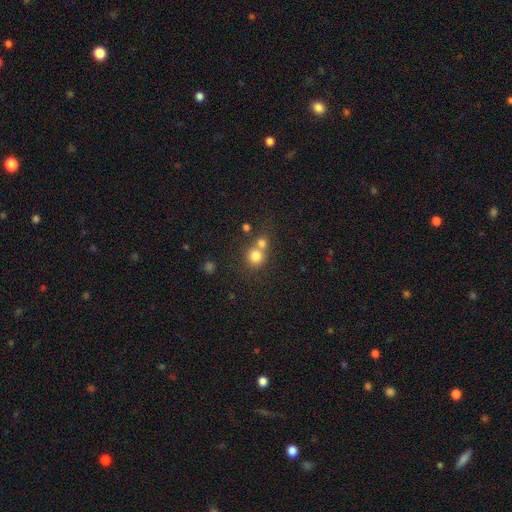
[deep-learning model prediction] Smooth or featured? Predicted: smooth (p=0.78). How rounded? Predicted: round (p=0.86). Merging? Predicted: merger (p=0.48).